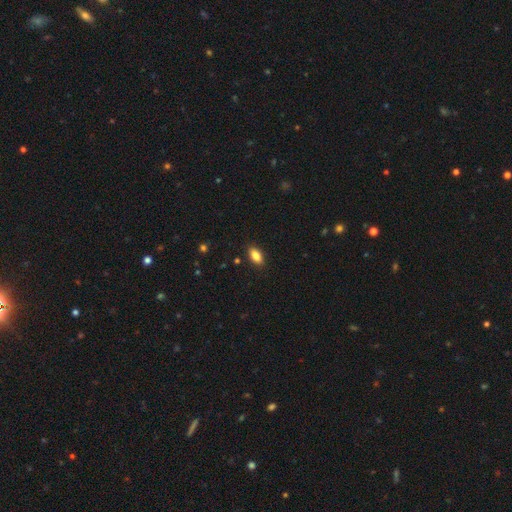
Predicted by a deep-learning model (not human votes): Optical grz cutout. It shows a smooth galaxy with no disk features (86%) that is in between round and cigar-shaped (90%). Merging: none (88%).